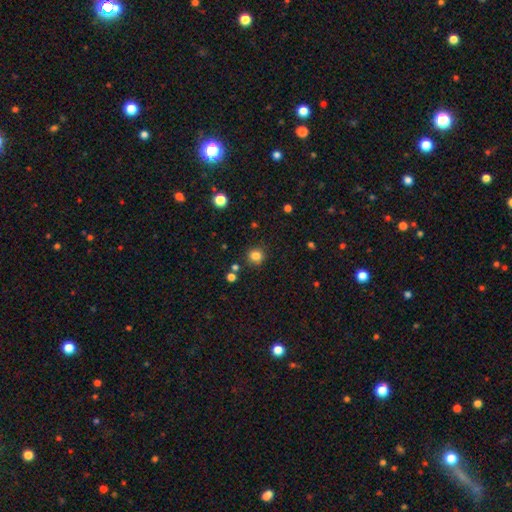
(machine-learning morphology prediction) Smooth or featured?
  - smooth: 82% *
  - star or artifact: 13%
  - featured or disk: 5%
How rounded?
  - round: 90% *
  - in between: 9%
  - cigar-shaped: 1%
Merging?
  - none: 86% *
  - minor disturbance: 8%
  - merger: 4%
  - major disturbance: 3%